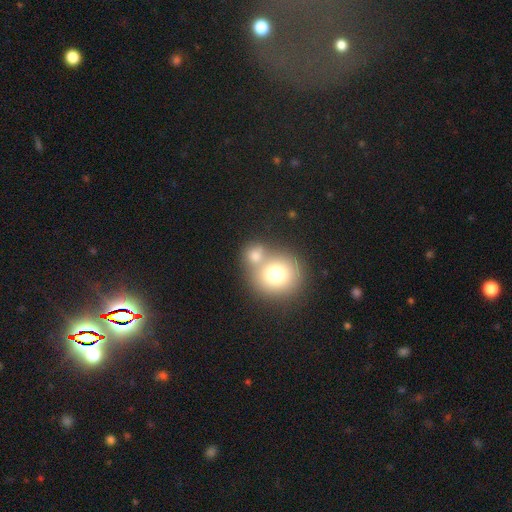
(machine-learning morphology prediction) This is likely a smooth galaxy (77%). How rounded: clearly round (81%). Merging: possibly merger (51%).